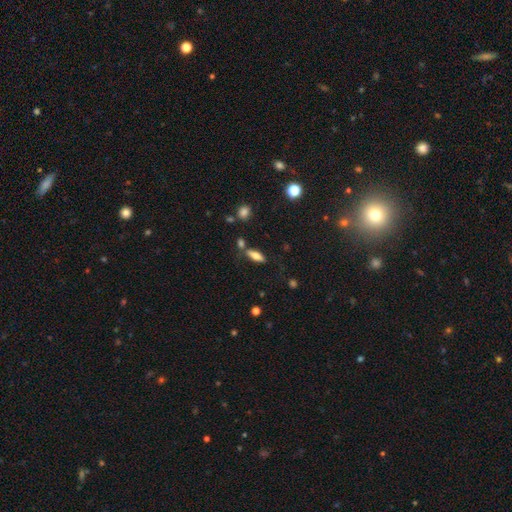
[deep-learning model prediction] smooth-or-featured: smooth: 65% | featured or disk: 26% | star or artifact: 9%
  how-rounded: in between: 65% | cigar-shaped: 32% | round: 3%
  merging: none: 69% | minor disturbance: 14% | merger: 12% | major disturbance: 4%